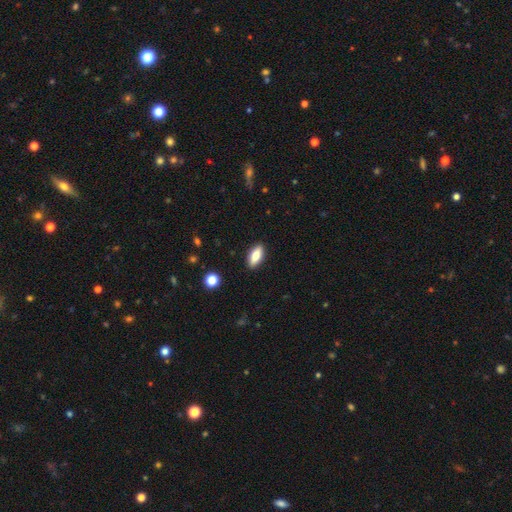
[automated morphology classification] A smooth galaxy with no disk features (78%) that is in between round and cigar-shaped (80%). Merging: none (89%).